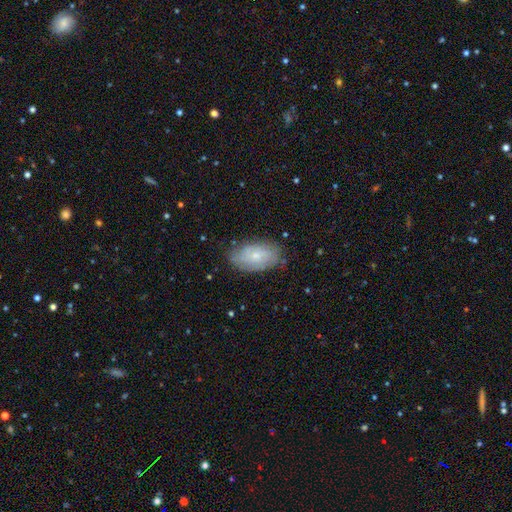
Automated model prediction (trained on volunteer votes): This is possibly a smooth galaxy (47%). Merging: likely none (74%).